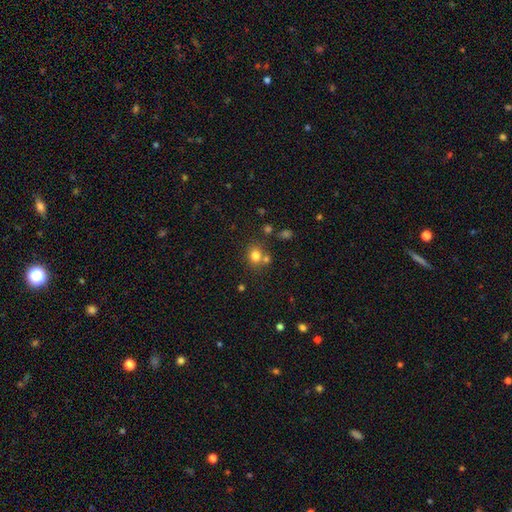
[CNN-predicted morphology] Smooth or featured?
  - smooth: 78% *
  - star or artifact: 14%
  - featured or disk: 8%
How rounded?
  - round: 74% *
  - in between: 25%
  - cigar-shaped: 1%
Merging?
  - none: 64% *
  - merger: 23%
  - minor disturbance: 10%
  - major disturbance: 4%